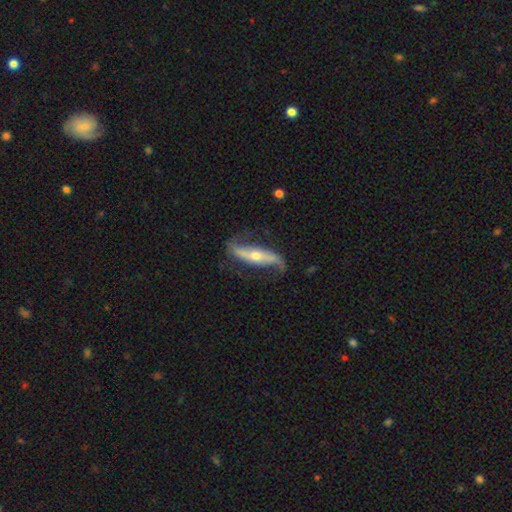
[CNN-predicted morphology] This is clearly a featured or disk galaxy (82%). It is likely not viewed edge-on (73%). Bar: marginally no (40%, tied with strong). Spiral arm pattern: clearly yes (92%). Spiral arm count: clearly 2 (90%). Spiral winding: clearly loose (81%). Central bulge: possibly small (48%). Merging: likely none (69%).